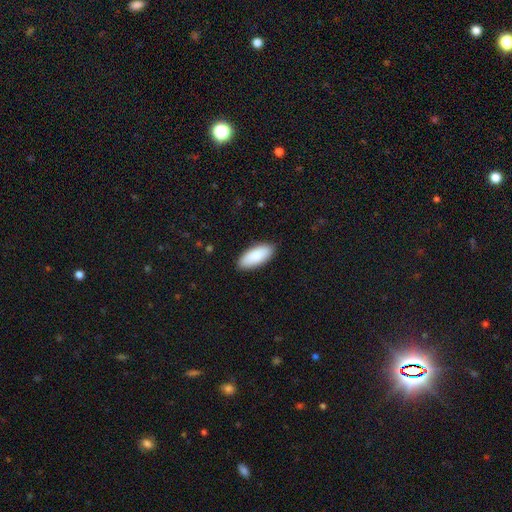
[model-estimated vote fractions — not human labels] smooth_or_featured: smooth (p=0.89) [alt: featured or disk p=0.06]
how_rounded: in between (p=0.86) [alt: cigar-shaped p=0.12]
merging: none (p=0.89) [alt: minor disturbance p=0.09]